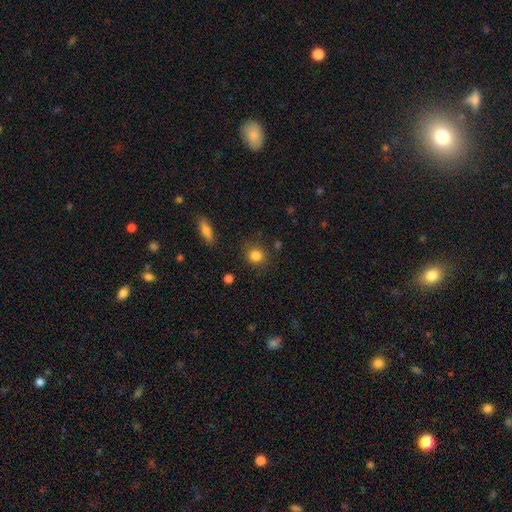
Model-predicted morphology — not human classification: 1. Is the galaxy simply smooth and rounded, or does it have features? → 84% smooth, 11% star or artifact, 5% featured or disk.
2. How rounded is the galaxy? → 84% round, 15% in between, 1% cigar-shaped.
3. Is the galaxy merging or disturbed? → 85% none, 10% minor disturbance, 3% major disturbance, 2% merger.